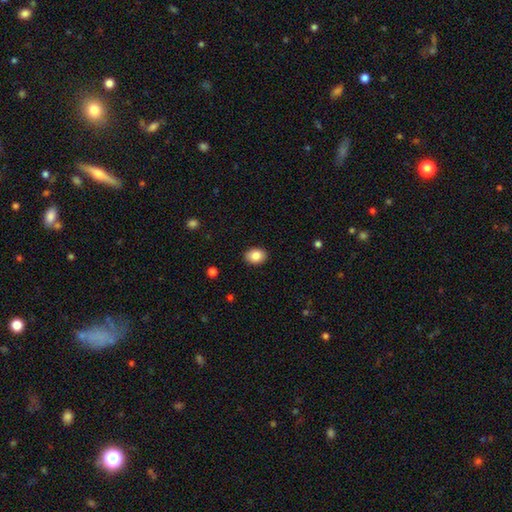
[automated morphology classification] Smooth or featured?
  - smooth: 86% *
  - star or artifact: 8%
  - featured or disk: 6%
How rounded?
  - in between: 62% *
  - round: 37%
  - cigar-shaped: 1%
Merging?
  - none: 90% *
  - minor disturbance: 8%
  - major disturbance: 2%
  - merger: 1%